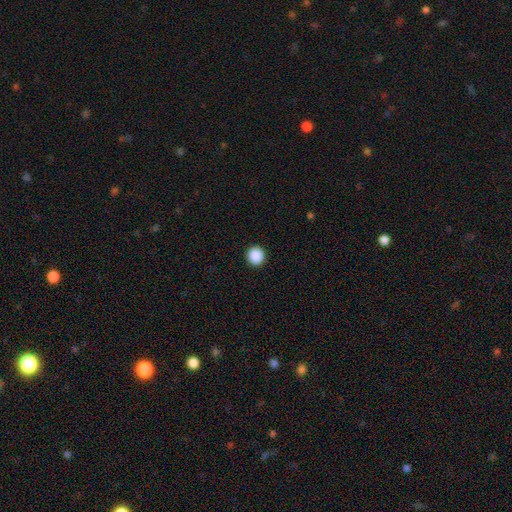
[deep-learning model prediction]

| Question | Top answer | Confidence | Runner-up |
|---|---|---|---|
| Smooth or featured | smooth | 89% | star or artifact (9%) |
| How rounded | round | 93% | in between (6%) |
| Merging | none | 93% | minor disturbance (4%) |